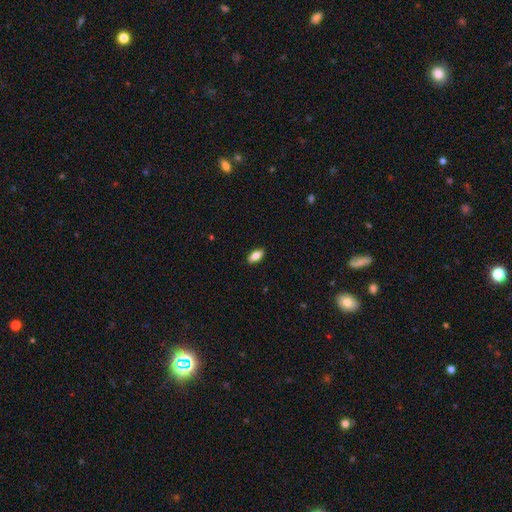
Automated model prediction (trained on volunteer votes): smooth-or-featured: smooth: 81% | featured or disk: 12% | star or artifact: 7%
  how-rounded: in between: 85% | cigar-shaped: 12% | round: 3%
  merging: none: 89% | minor disturbance: 8% | major disturbance: 2% | merger: 1%